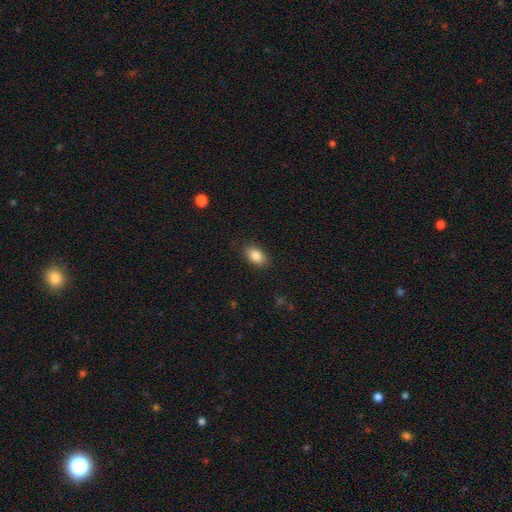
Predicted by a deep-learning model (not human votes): smooth-or-featured: smooth: 87% | star or artifact: 8% | featured or disk: 6%
  how-rounded: in between: 90% | round: 8% | cigar-shaped: 2%
  merging: none: 87% | minor disturbance: 10% | major disturbance: 3% | merger: 1%